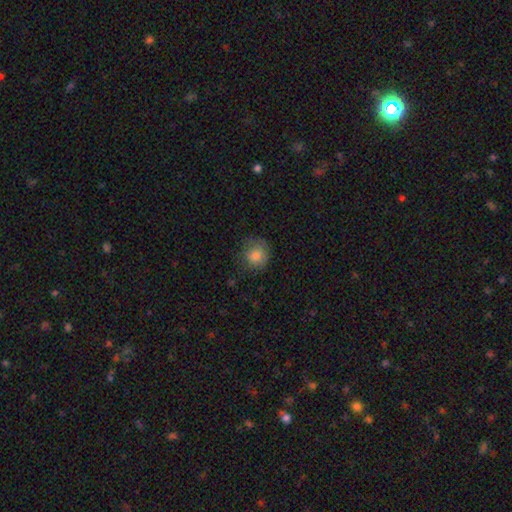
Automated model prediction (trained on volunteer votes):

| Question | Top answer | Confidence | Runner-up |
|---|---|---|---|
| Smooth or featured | smooth | 82% | star or artifact (9%) |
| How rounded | round | 86% | in between (13%) |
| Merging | none | 70% | minor disturbance (21%) |